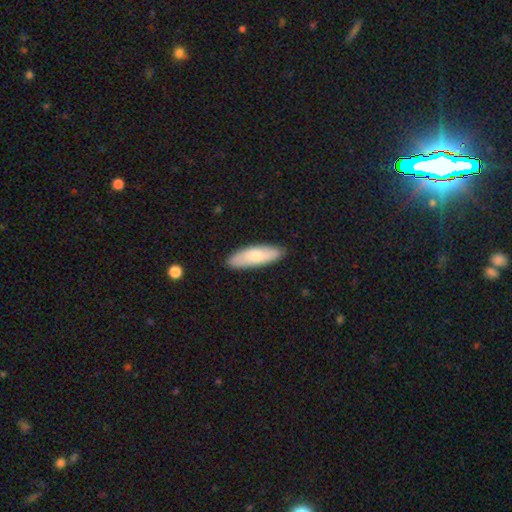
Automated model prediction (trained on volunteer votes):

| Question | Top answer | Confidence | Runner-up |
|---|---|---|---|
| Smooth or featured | smooth | 73% | featured or disk (22%) |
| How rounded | in between | 53% | cigar-shaped (45%) |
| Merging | none | 87% | minor disturbance (10%) |